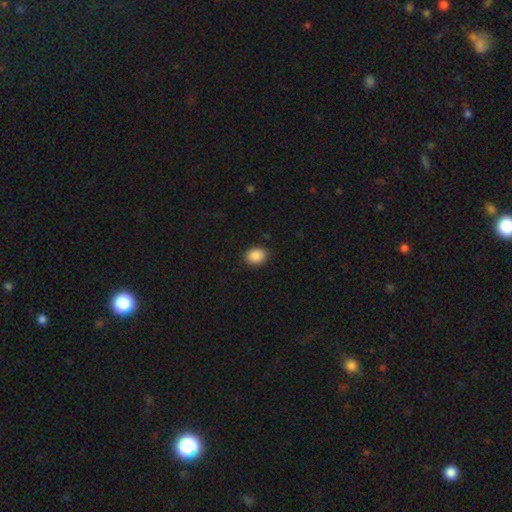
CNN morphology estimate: type=smooth (89%); roundness=in between (51%); merging=none (88%).